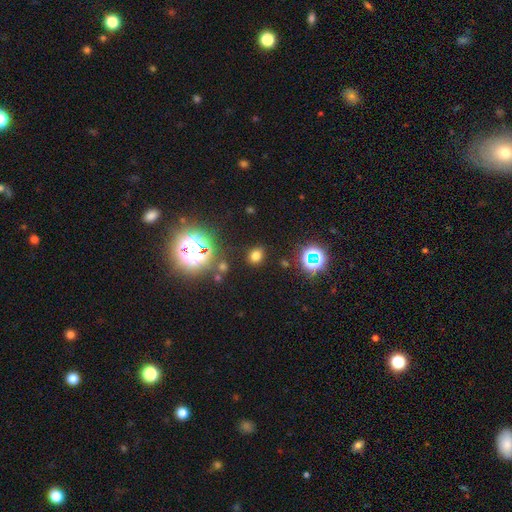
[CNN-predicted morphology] smooth-or-featured: smooth: 68% | star or artifact: 26% | featured or disk: 6%
  how-rounded: round: 62% | in between: 37% | cigar-shaped: 1%
  merging: none: 84% | minor disturbance: 9% | major disturbance: 3% | merger: 3%